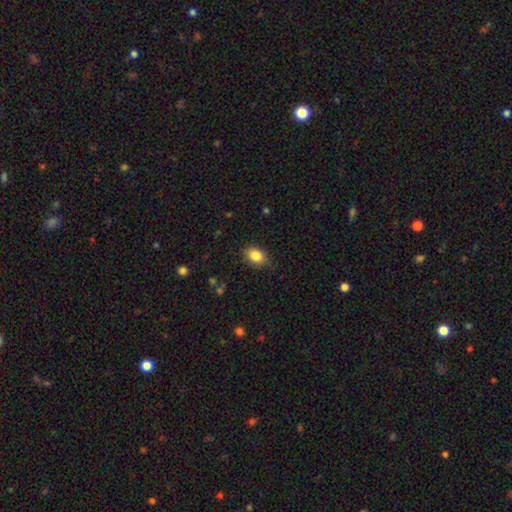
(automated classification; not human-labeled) This is clearly a smooth galaxy (85%). How rounded: likely in between (68%). Merging: likely none (78%).